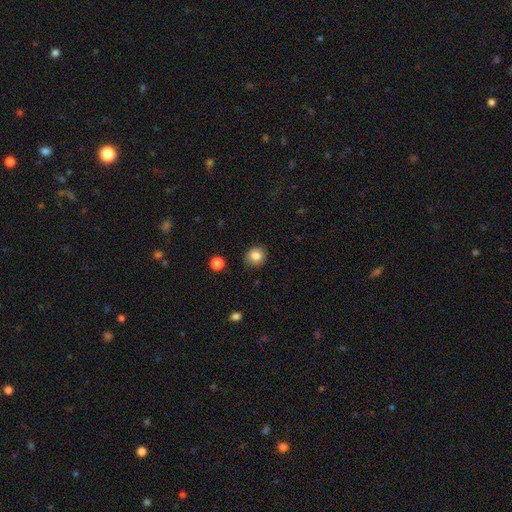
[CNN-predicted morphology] type=smooth (83%); roundness=round (78%); merging=none (86%).